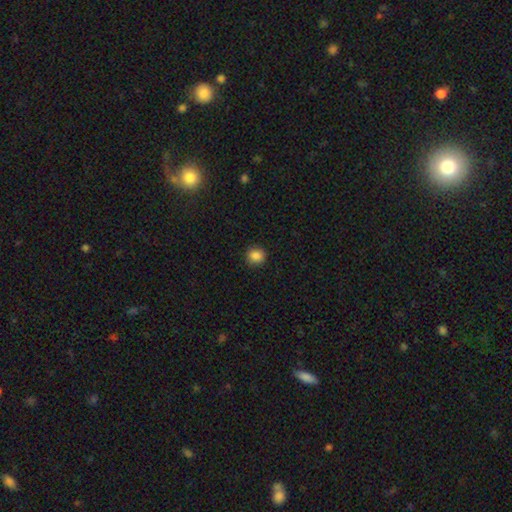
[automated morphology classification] smooth-or-featured: smooth: 86% | star or artifact: 10% | featured or disk: 3%
  how-rounded: round: 89% | in between: 11% | cigar-shaped: 1%
  merging: none: 91% | minor disturbance: 6% | major disturbance: 2% | merger: 1%